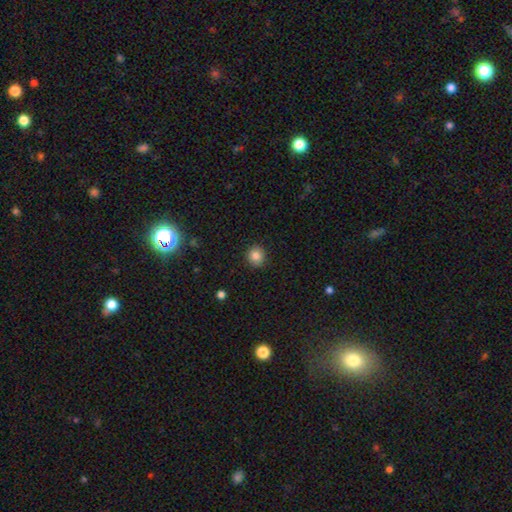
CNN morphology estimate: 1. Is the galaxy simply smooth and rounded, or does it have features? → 84% smooth, 10% star or artifact, 6% featured or disk.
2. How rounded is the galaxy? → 87% round, 12% in between, 1% cigar-shaped.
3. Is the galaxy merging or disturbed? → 91% none, 7% minor disturbance, 2% major disturbance, 1% merger.